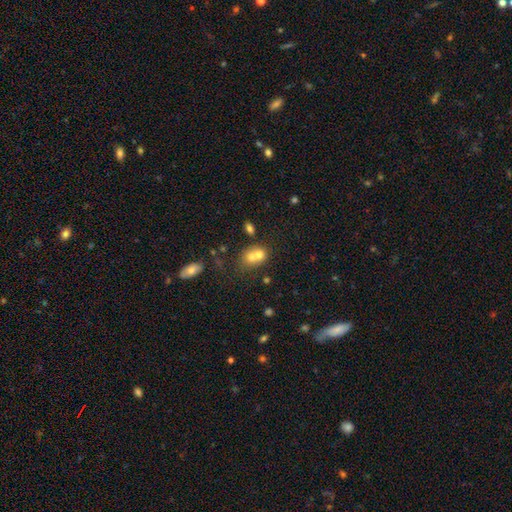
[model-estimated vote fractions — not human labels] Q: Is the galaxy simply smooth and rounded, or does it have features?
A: smooth — 66%.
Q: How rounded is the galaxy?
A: round — 59%.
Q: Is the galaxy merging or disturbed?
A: merger — 66%.